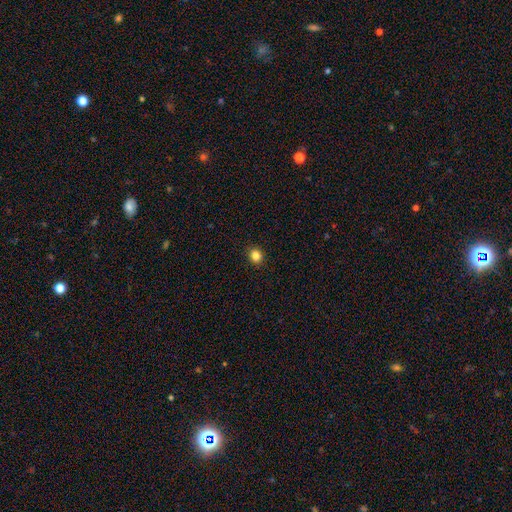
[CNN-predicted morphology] Q: Smooth or featured?
A: smooth (84%); runner-up: star or artifact (12%)
Q: How rounded?
A: round (74%); runner-up: in between (25%)
Q: Merging?
A: none (92%); runner-up: minor disturbance (6%)